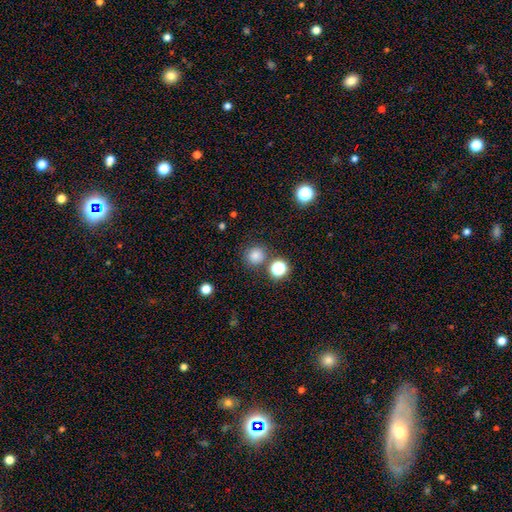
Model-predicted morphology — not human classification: This is likely a smooth galaxy (79%). How rounded: clearly round (92%). Merging: likely none (79%).